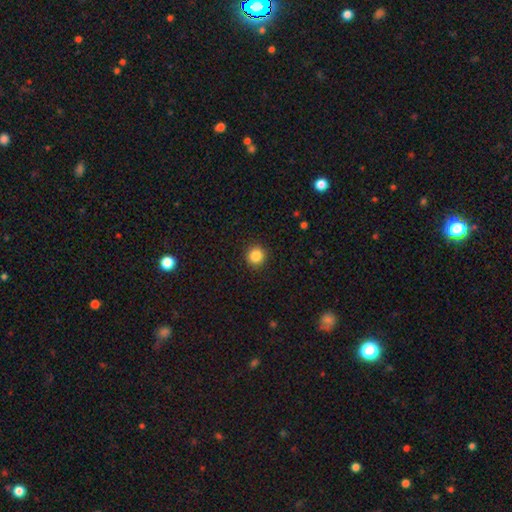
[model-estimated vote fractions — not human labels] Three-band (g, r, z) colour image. It shows a smooth galaxy with no disk features (86%) that is round (93%). Merging: none (92%).